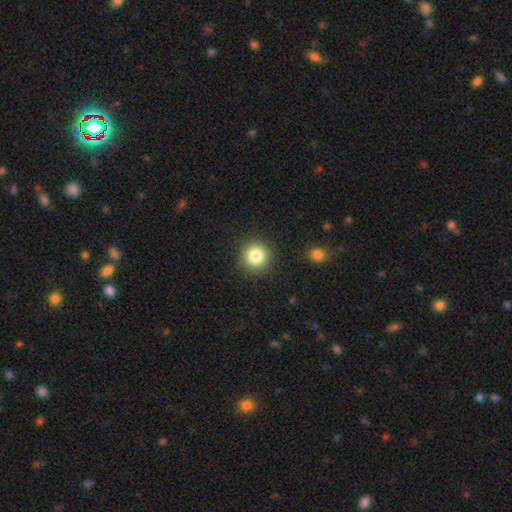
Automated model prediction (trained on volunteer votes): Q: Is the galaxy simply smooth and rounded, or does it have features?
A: smooth — 83%.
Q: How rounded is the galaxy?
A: round — 94%.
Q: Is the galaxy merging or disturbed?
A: none — 90%.